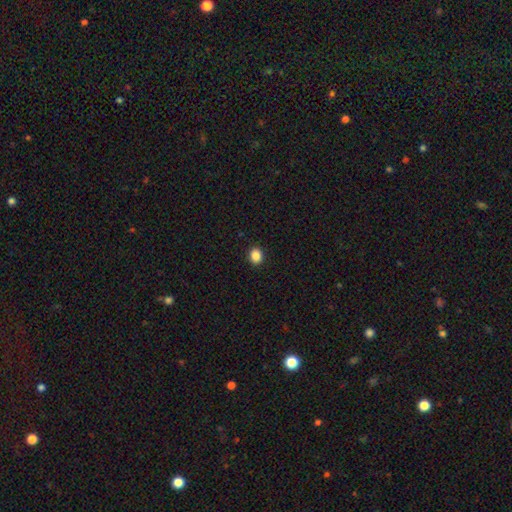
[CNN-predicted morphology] The model was most divided on "how rounded": round: 66%, in between: 34%, cigar-shaped: 1%. More confident: merging — none (92%); smooth or featured — smooth (87%).